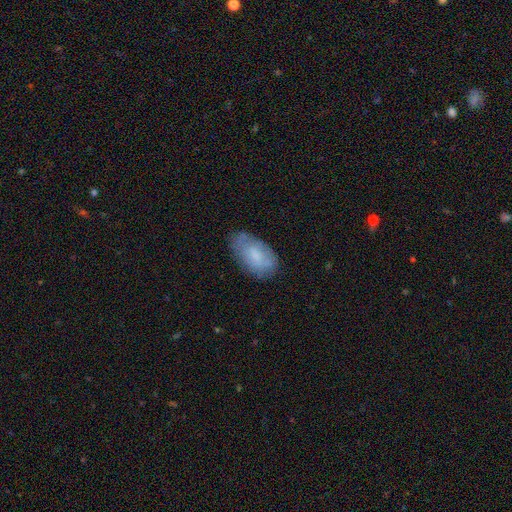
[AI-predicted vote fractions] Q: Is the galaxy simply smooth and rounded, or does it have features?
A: smooth — 68%.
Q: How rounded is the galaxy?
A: in between — 94%.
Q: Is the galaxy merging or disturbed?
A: none — 68%.